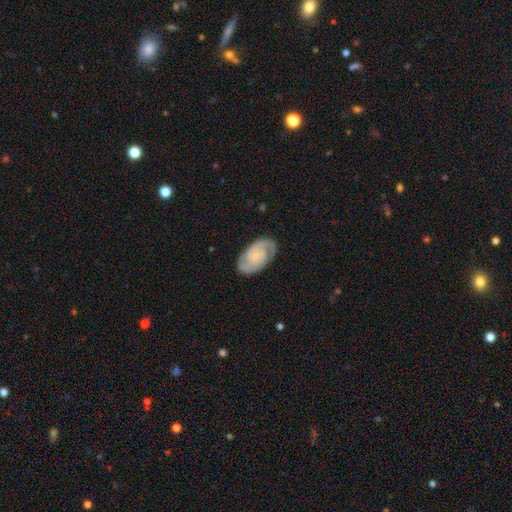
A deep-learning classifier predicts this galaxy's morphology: type=featured or disk (81%); edge-on=no (97%); bar=no (62%); spiral arms=yes (97%); winding=tight (53%); arm count=2 (86%); bulge=none (42%, tied with small); merging=none (82%).